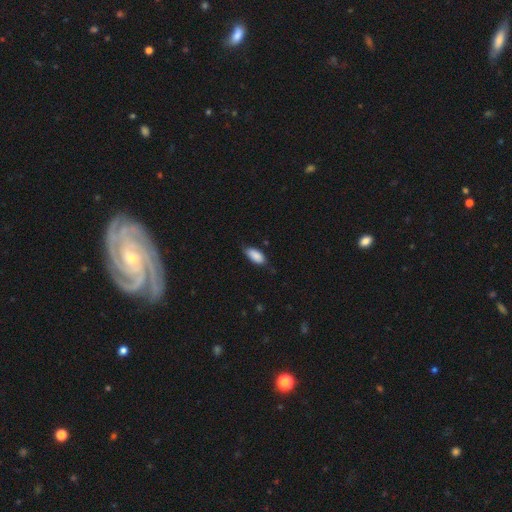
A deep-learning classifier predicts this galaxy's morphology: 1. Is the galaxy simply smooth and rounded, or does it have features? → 87% smooth, 7% featured or disk, 6% star or artifact.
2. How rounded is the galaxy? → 89% in between, 9% cigar-shaped, 2% round.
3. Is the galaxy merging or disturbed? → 66% none, 28% minor disturbance, 4% major disturbance, 1% merger.